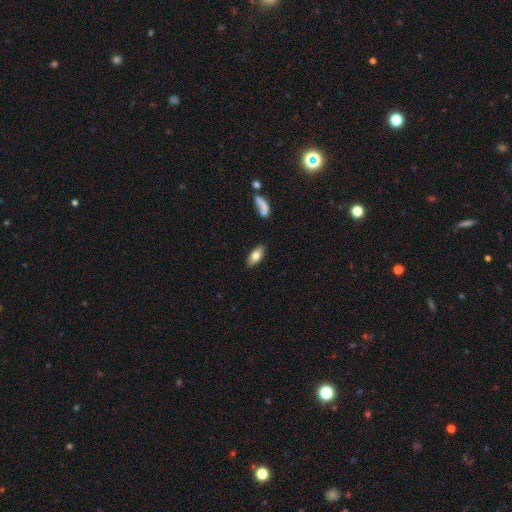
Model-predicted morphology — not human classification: smooth-or-featured: smooth: 75% | featured or disk: 18% | star or artifact: 7%
  how-rounded: in between: 86% | cigar-shaped: 12% | round: 3%
  merging: none: 85% | minor disturbance: 10% | merger: 3% | major disturbance: 2%